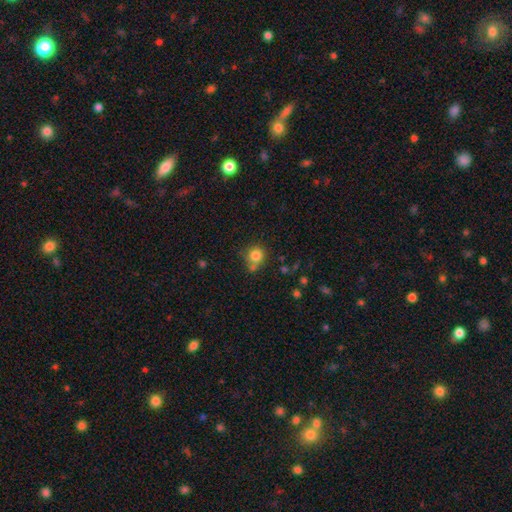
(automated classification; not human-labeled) Q: Smooth or featured?
A: smooth (82%); runner-up: star or artifact (11%)
Q: How rounded?
A: round (87%); runner-up: in between (12%)
Q: Merging?
A: none (61%); runner-up: merger (19%)